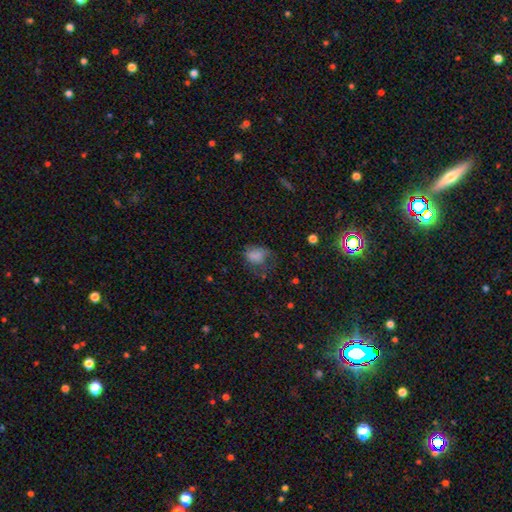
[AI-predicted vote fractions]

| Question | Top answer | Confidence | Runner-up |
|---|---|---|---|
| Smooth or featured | smooth | 73% | featured or disk (15%) |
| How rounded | in between | 68% | round (31%) |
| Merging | major disturbance | 37% | minor disturbance (30%) |